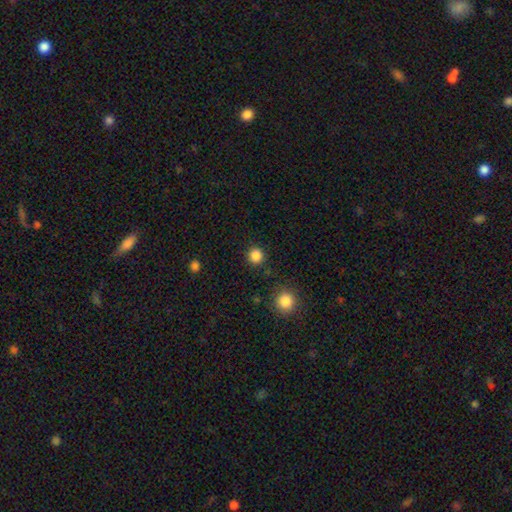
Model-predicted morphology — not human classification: The model was most divided on "smooth or featured": smooth: 85%, star or artifact: 12%, featured or disk: 3%. More confident: how rounded — round (93%); merging — none (89%).